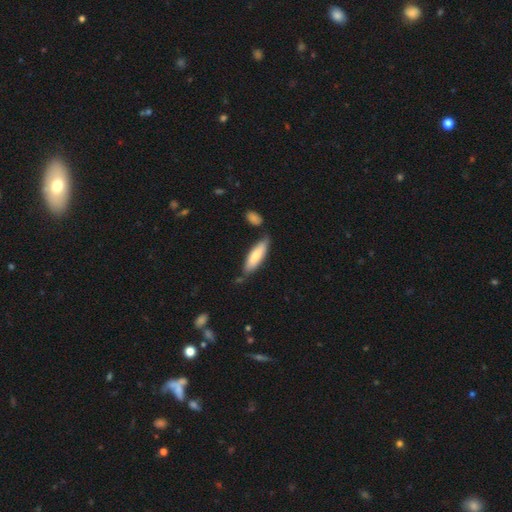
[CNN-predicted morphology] Overall: smooth (73%). How rounded: cigar-shaped (58%; in between 40%). Merging: none (69%).